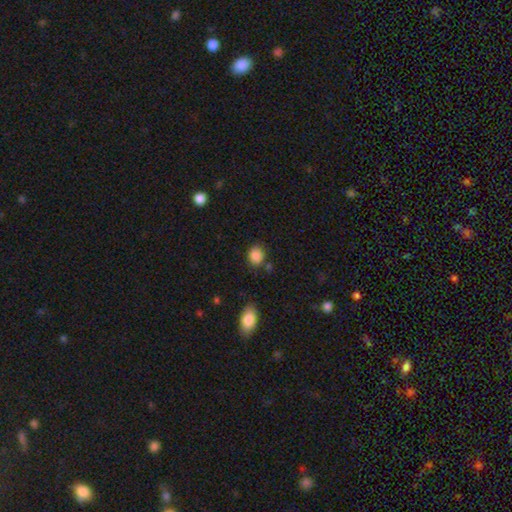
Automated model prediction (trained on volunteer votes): Smooth or featured?
  - smooth: 87% *
  - star or artifact: 9%
  - featured or disk: 4%
How rounded?
  - round: 61% *
  - in between: 38%
  - cigar-shaped: 1%
Merging?
  - none: 77% *
  - minor disturbance: 15%
  - merger: 5%
  - major disturbance: 4%